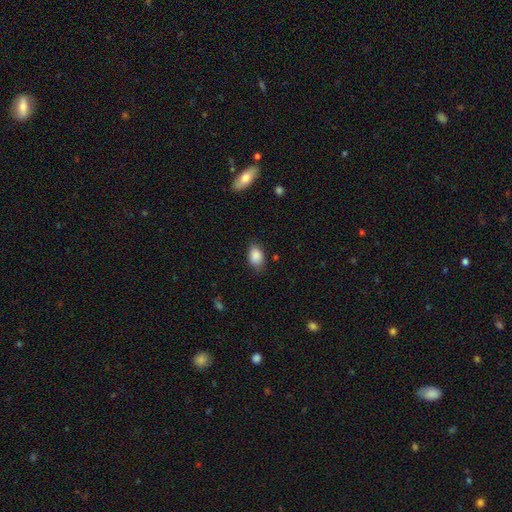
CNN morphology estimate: smooth 87%, star or artifact 8%, featured or disk 5%. Down the decision tree: how rounded — in between (84%); merging — none (75%).